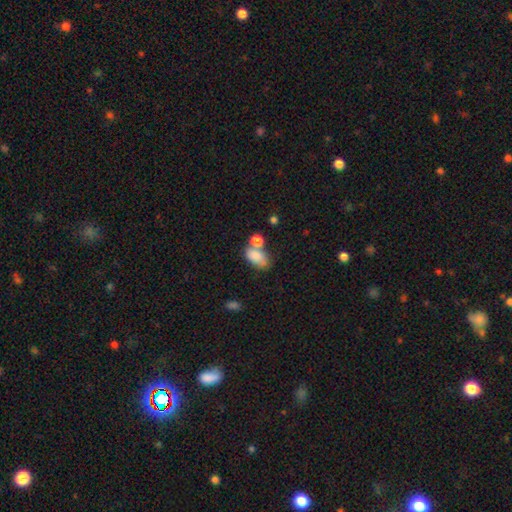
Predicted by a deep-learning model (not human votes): smooth-or-featured: smooth: 80% | featured or disk: 11% | star or artifact: 9%
  how-rounded: in between: 89% | round: 9% | cigar-shaped: 2%
  merging: merger: 40% | none: 36% | minor disturbance: 16% | major disturbance: 8%